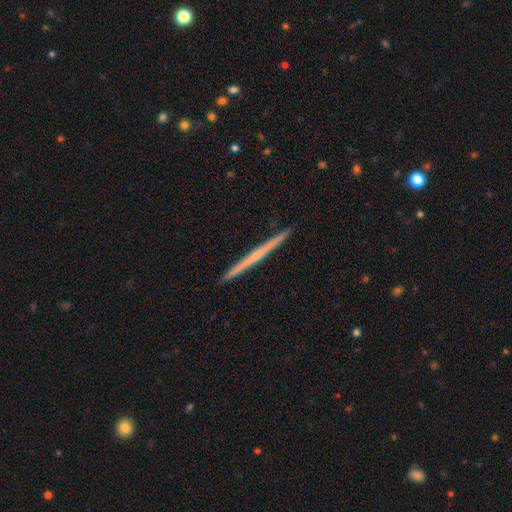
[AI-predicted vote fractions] Morphology: type=featured or disk (58%); edge-on=yes (98%); edge-on bulge=none (77%); merging=none (94%).